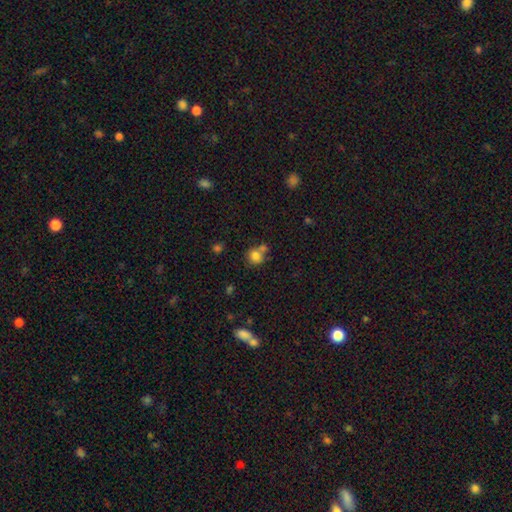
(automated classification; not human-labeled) Smooth or featured: smooth — 80% (star or artifact — 12%)
How rounded: round — 84% (in between — 15%)
Merging: none — 53% (merger — 31%)